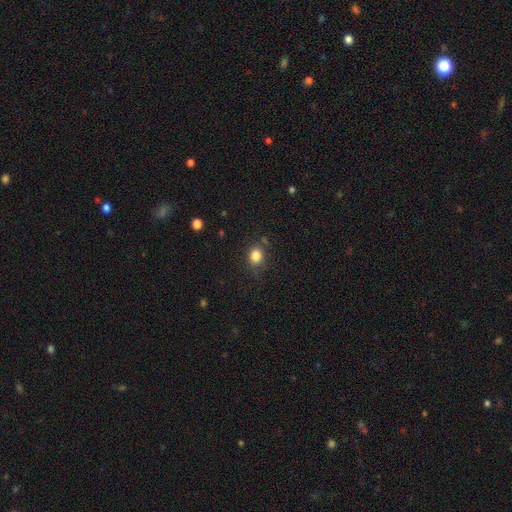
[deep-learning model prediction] Smooth or featured? smooth (84%)
How rounded? round (64%)
Merging? none (76%)